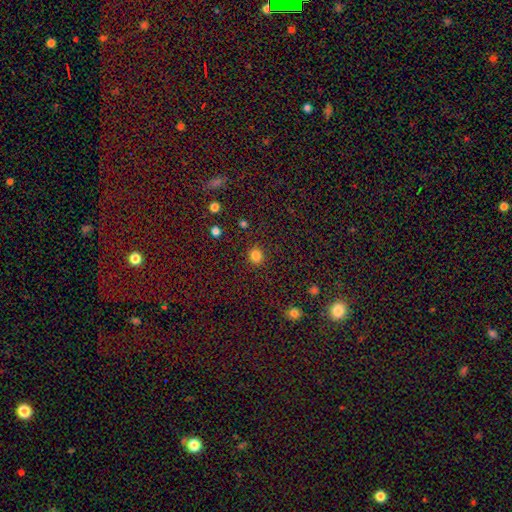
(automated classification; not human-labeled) A smooth galaxy with no disk features (82%) that is round (87%).

Vote fractions:
- Smooth or featured? smooth: 82% / star or artifact: 14% / featured or disk: 4%
- How rounded? round: 87% / in between: 12% / cigar-shaped: 1%
- Merging? none: 89% / minor disturbance: 7% / major disturbance: 3% / merger: 1%